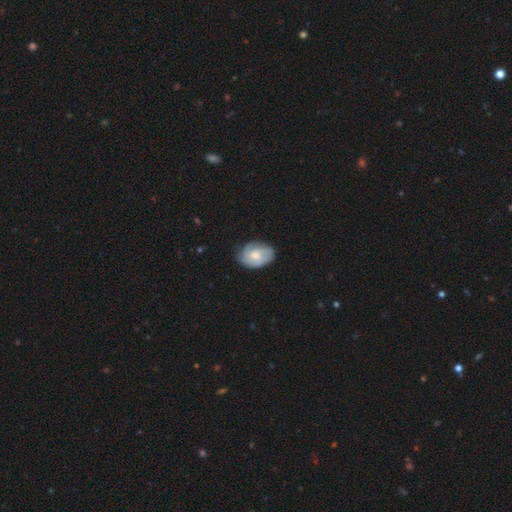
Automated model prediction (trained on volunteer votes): The model was most divided on "spiral arm count": can't tell: 32%, 3: 31%, 2: 19%, 4: 8%, 1: 5%, more than 4: 4%. Remaining: edge-on disk — no (97%); spiral arms — yes (88%); bar — no (71%); merging — none (69%); smooth or featured — featured or disk (62%); bulge size — moderate (60%); spiral winding — tight (50%).